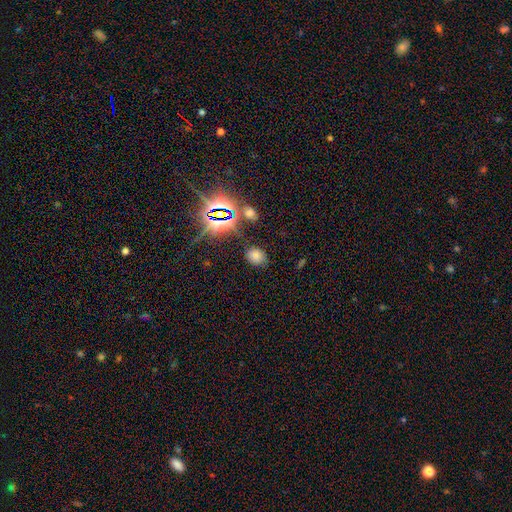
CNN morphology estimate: Smooth or featured? Predicted: smooth (p=0.65). How rounded? Predicted: in between (p=0.55). Merging? Predicted: none (p=0.80).